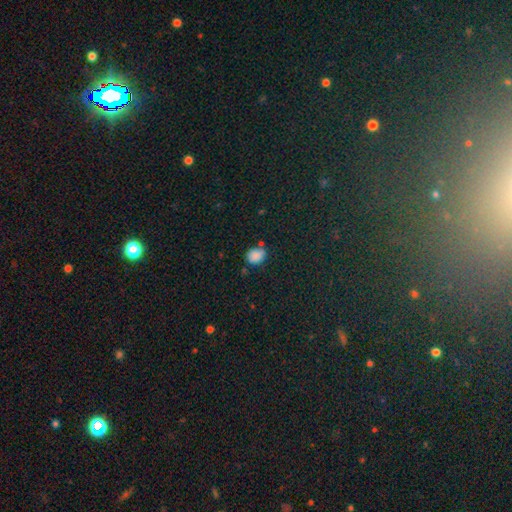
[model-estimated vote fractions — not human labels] smooth-or-featured: smooth: 84% | star or artifact: 12% | featured or disk: 5%
  how-rounded: in between: 54% | round: 45% | cigar-shaped: 1%
  merging: none: 65% | minor disturbance: 23% | merger: 7% | major disturbance: 5%